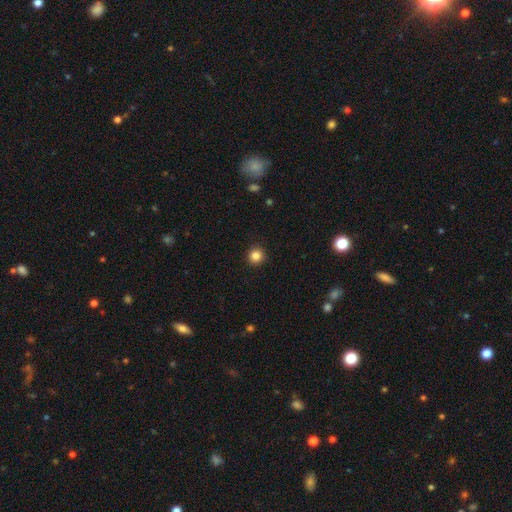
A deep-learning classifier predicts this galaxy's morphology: smooth-or-featured: smooth: 85% | star or artifact: 11% | featured or disk: 4%
  how-rounded: round: 95% | in between: 4% | cigar-shaped: 1%
  merging: none: 93% | minor disturbance: 4% | major disturbance: 1% | merger: 1%